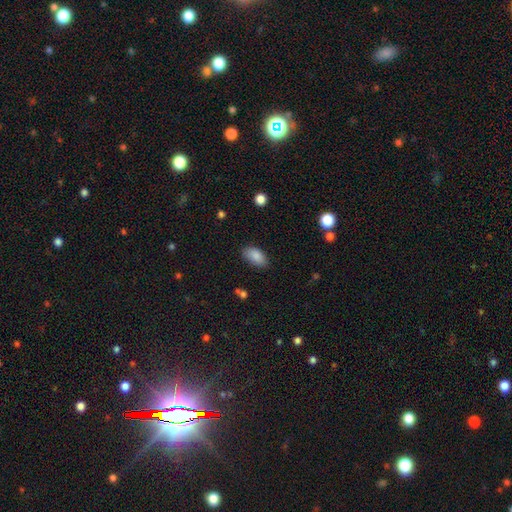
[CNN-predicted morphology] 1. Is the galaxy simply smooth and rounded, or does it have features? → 87% smooth, 8% star or artifact, 6% featured or disk.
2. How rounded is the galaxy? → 93% in between, 4% round, 3% cigar-shaped.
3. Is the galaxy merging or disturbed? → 81% none, 15% minor disturbance, 3% major disturbance, 2% merger.